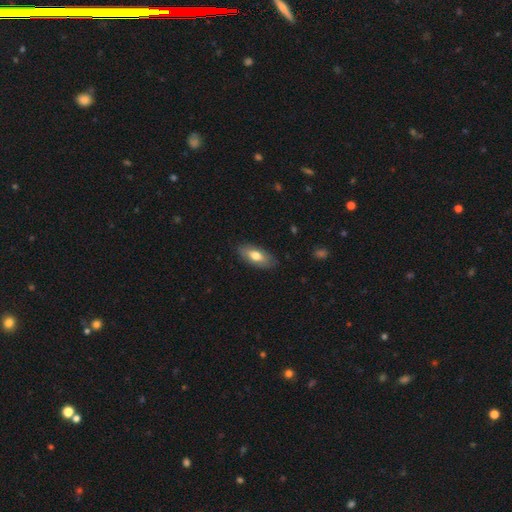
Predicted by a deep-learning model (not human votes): Smooth or featured? Predicted: smooth (p=0.70). How rounded? Predicted: in between (p=0.85). Merging? Predicted: none (p=0.85).